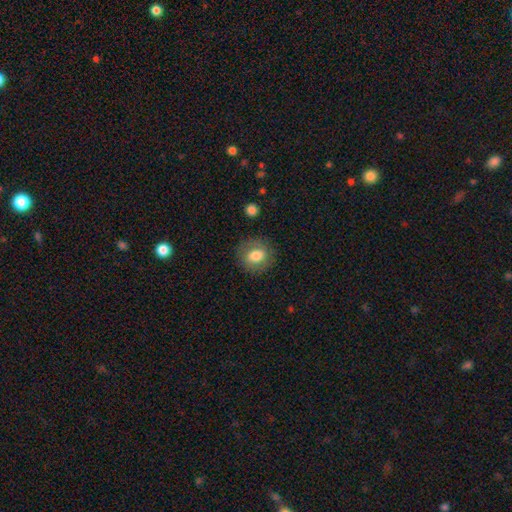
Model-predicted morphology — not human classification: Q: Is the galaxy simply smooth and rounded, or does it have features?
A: smooth — 71%.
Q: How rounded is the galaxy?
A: round — 71%.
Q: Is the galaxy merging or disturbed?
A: none — 82%.